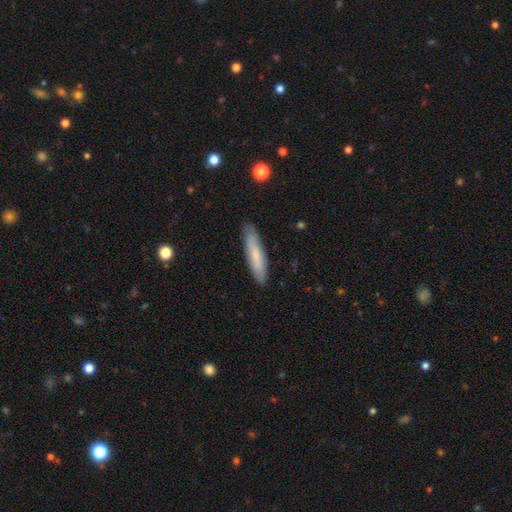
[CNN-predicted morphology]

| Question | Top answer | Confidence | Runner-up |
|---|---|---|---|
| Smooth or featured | smooth | 72% | featured or disk (22%) |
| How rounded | cigar-shaped | 83% | in between (16%) |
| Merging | none | 87% | minor disturbance (10%) |